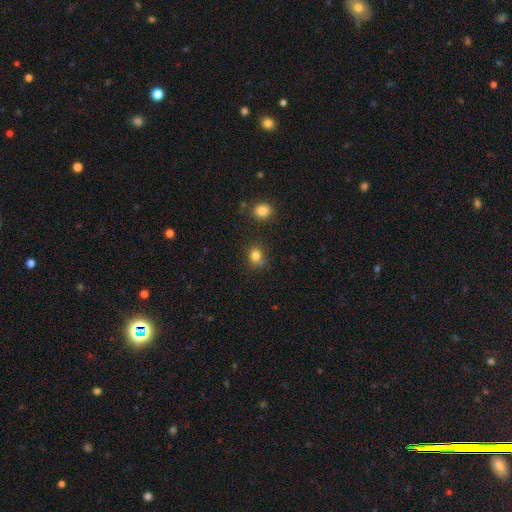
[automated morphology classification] This appears to be a smooth galaxy with no disk features (82%) that is round (69%). Merging: none (74%).